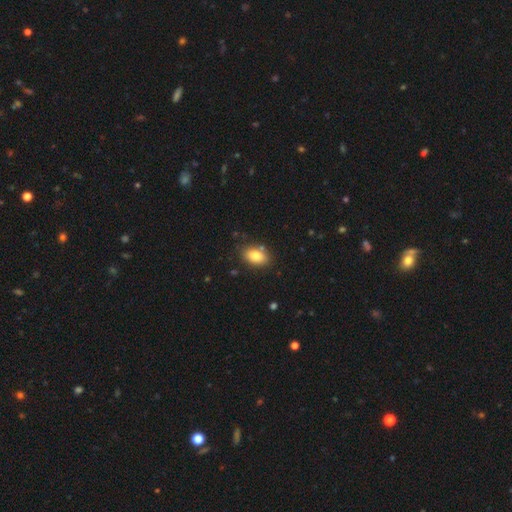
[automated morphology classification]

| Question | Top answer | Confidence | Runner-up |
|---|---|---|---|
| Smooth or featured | smooth | 83% | featured or disk (9%) |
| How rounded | in between | 89% | round (9%) |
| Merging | none | 81% | minor disturbance (12%) |